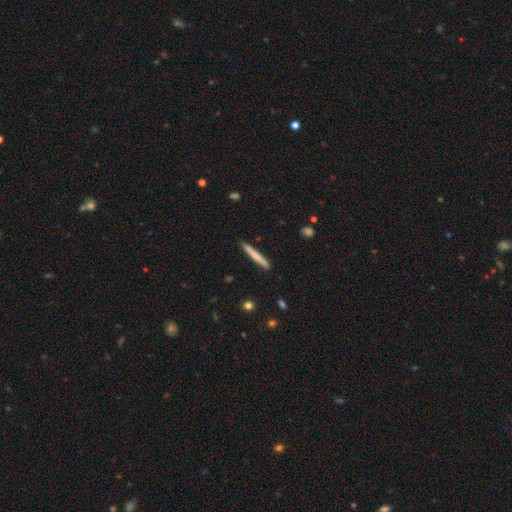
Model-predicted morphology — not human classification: Q: Smooth or featured?
A: smooth (65%); runner-up: featured or disk (29%)
Q: How rounded?
A: cigar-shaped (96%); runner-up: in between (2%)
Q: Merging?
A: none (90%); runner-up: minor disturbance (8%)